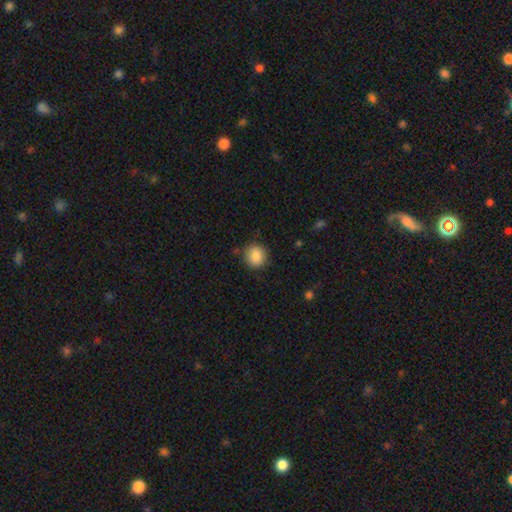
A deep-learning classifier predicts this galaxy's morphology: The model was most divided on "how rounded": round: 84%, in between: 15%, cigar-shaped: 1%. More confident: smooth or featured — smooth (88%); merging — none (85%).